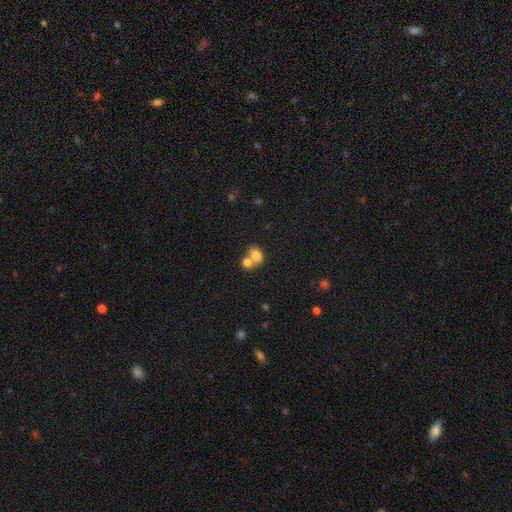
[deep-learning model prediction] This is likely a smooth galaxy (78%). How rounded: likely in between (64%). Merging: likely merger (62%).